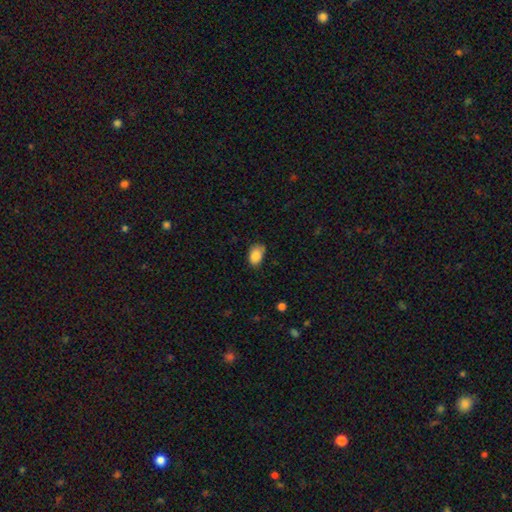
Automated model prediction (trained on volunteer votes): Smooth or featured: smooth — 87% (star or artifact — 8%)
How rounded: in between — 85% (round — 13%)
Merging: none — 63% (minor disturbance — 30%)